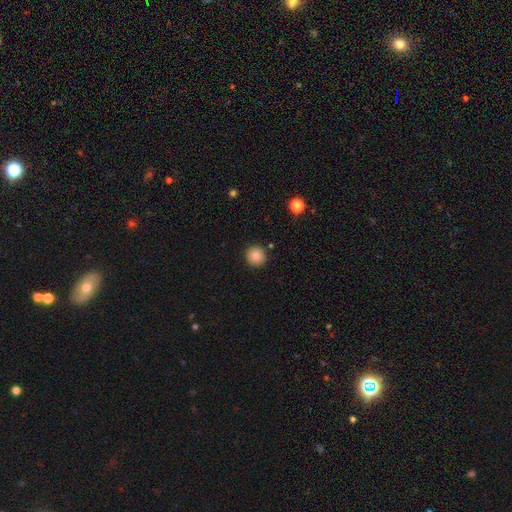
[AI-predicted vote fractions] The model was most divided on "smooth or featured": smooth: 84%, star or artifact: 10%, featured or disk: 6%. More confident: how rounded — round (95%); merging — none (91%).